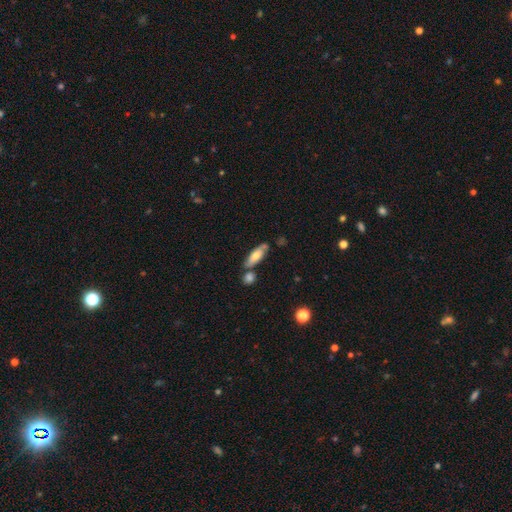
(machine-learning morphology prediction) This appears to be a smooth galaxy with no disk features (61%) that is in between round and cigar-shaped (57%). Merging: none (63%).